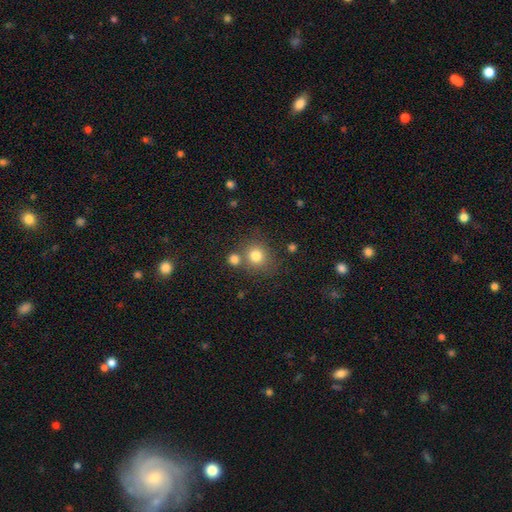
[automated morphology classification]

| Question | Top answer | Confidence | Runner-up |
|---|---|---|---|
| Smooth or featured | smooth | 80% | star or artifact (12%) |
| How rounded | round | 84% | in between (15%) |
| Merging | none | 66% | merger (20%) |